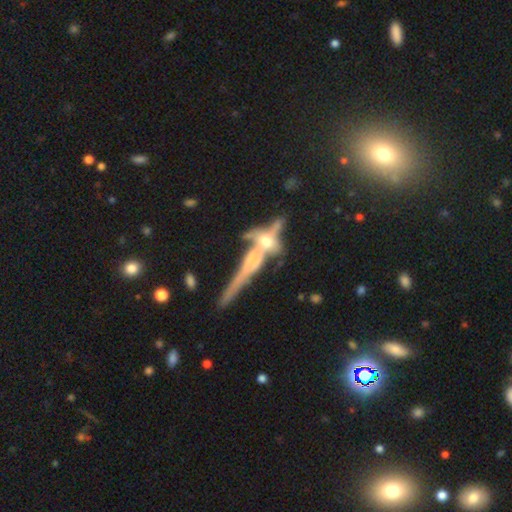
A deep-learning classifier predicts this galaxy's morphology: A featured or disk galaxy (64%) viewed edge-on (83%) with a rounded central bulge (69%). Merging: none (42%).